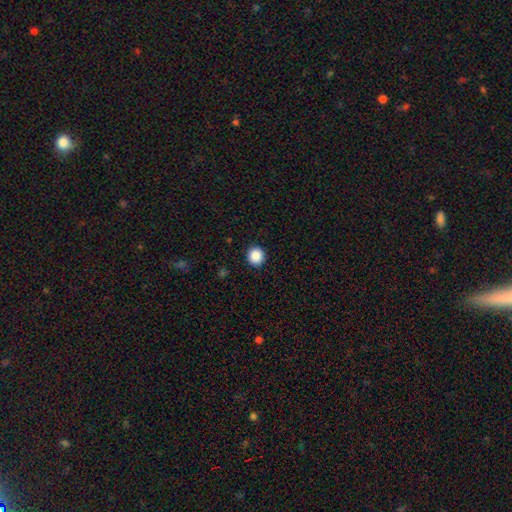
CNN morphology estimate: A smooth galaxy with no disk features (88%) that is round (89%). Merging: none (92%).